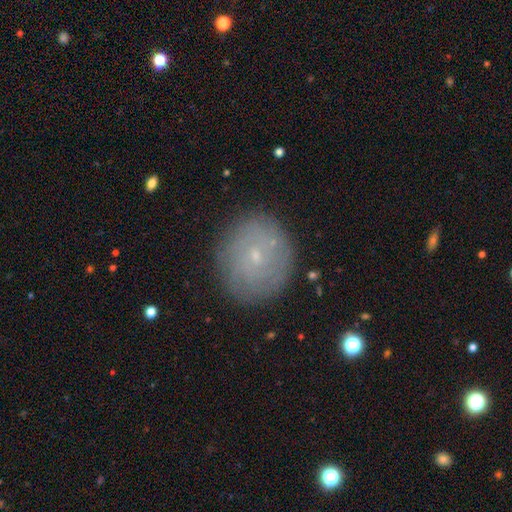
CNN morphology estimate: The model was most divided on "smooth or featured": featured or disk: 48%, smooth: 40%, star or artifact: 11%. More confident: merging — none (84%).